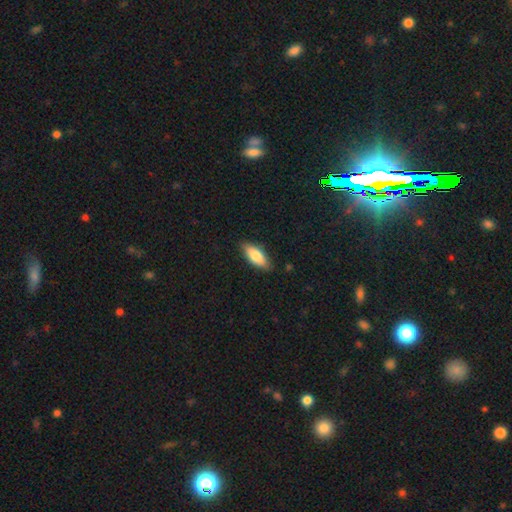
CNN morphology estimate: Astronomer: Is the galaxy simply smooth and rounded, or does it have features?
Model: smooth — 76%.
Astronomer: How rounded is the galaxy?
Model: in between — 77%.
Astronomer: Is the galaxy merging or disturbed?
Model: none — 85%.